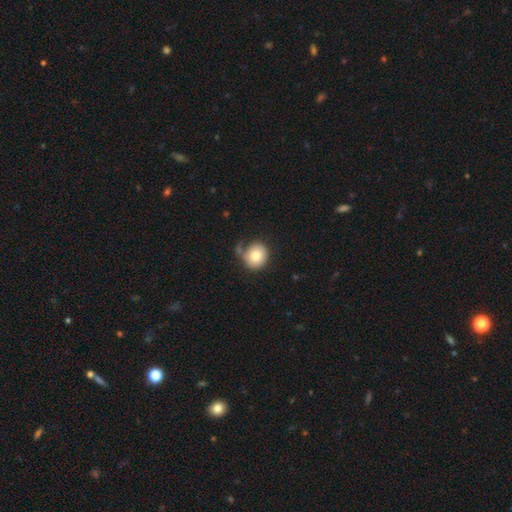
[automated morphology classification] A smooth galaxy with no disk features (79%) that is round (82%).

Vote fractions:
- Smooth or featured? smooth: 79% / featured or disk: 13% / star or artifact: 8%
- How rounded? round: 82% / in between: 17% / cigar-shaped: 1%
- Merging? none: 59% / minor disturbance: 21% / merger: 10% / major disturbance: 10%